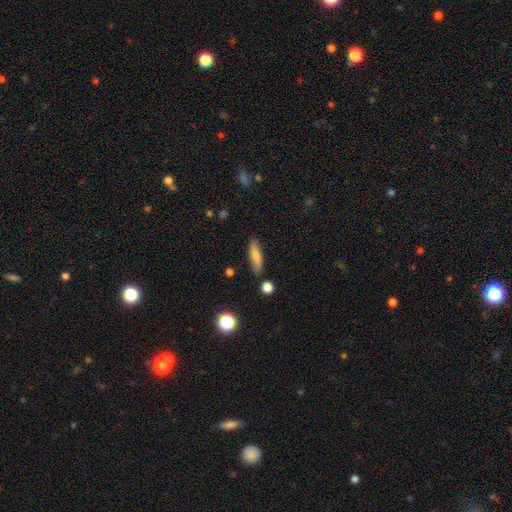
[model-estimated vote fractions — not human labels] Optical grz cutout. It shows a smooth galaxy with no disk features (73%) that is cigar-shaped (65%). Merging: none (82%).